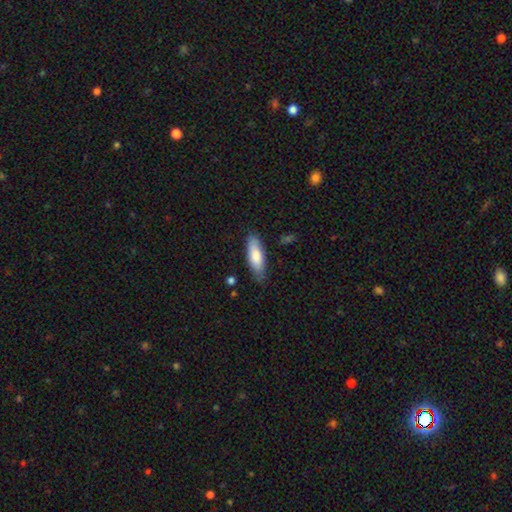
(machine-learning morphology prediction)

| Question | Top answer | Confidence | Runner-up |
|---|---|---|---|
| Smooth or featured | smooth | 78% | featured or disk (16%) |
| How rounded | in between | 59% | cigar-shaped (39%) |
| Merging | none | 78% | minor disturbance (17%) |